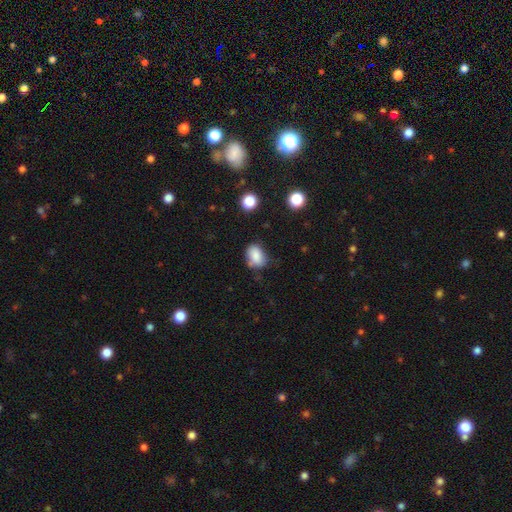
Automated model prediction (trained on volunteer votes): Smooth or featured: smooth — 83% (star or artifact — 9%)
How rounded: in between — 77% (round — 21%)
Merging: none — 60% (minor disturbance — 26%)